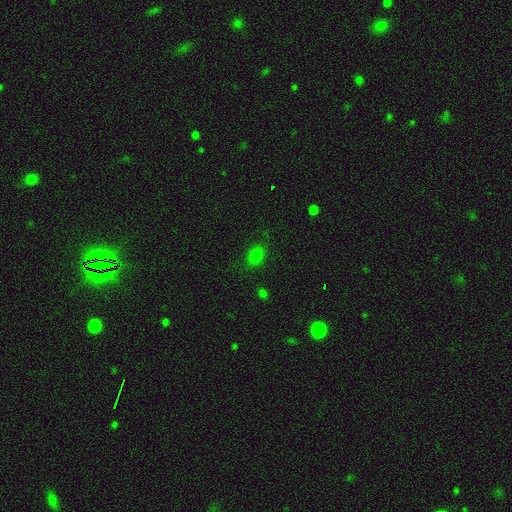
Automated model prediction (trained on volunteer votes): A smooth galaxy with no disk features (78%) that is in between round and cigar-shaped (51%).

Vote fractions:
- Smooth or featured? smooth: 78% / star or artifact: 17% / featured or disk: 5%
- How rounded? in between: 51% / round: 48% / cigar-shaped: 1%
- Merging? none: 83% / minor disturbance: 12% / major disturbance: 3% / merger: 1%